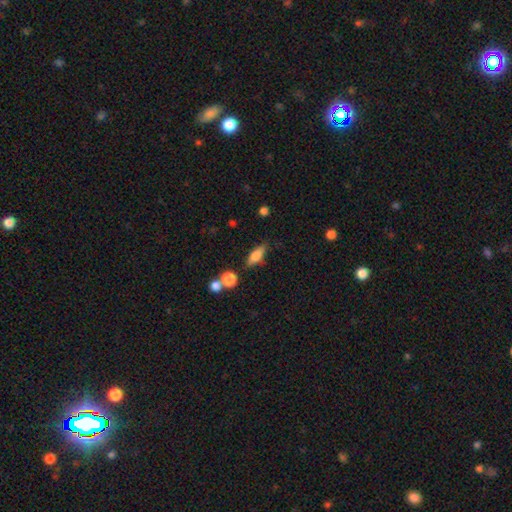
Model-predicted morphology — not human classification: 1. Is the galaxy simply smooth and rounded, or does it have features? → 75% smooth, 17% featured or disk, 8% star or artifact.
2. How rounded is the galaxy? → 66% in between, 29% cigar-shaped, 5% round.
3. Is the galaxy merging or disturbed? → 71% none, 17% minor disturbance, 7% merger, 5% major disturbance.